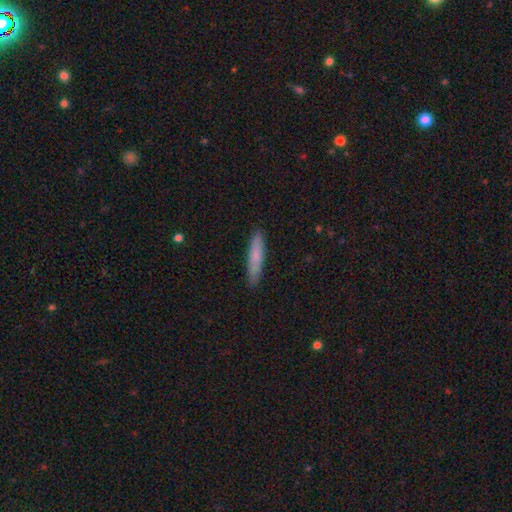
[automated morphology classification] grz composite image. It shows a smooth galaxy with no disk features (77%) that is cigar-shaped (89%). Merging: none (90%).